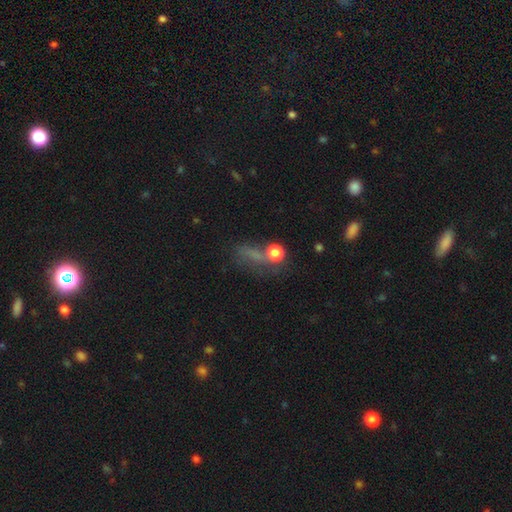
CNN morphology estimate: This appears to be a smooth galaxy with no disk features (50%) that is round (43%). Merging: none (44%).